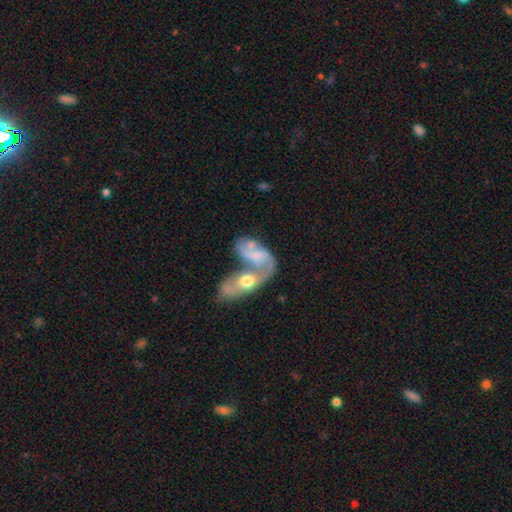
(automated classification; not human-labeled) Overall: featured or disk (65%; smooth 27%). Edge-on disk: no (94%). Bar: no (63%; weak 30%). Spiral arms: yes (72%). Bulge size: moderate (44%; small 35%). Merging: merger (70%).